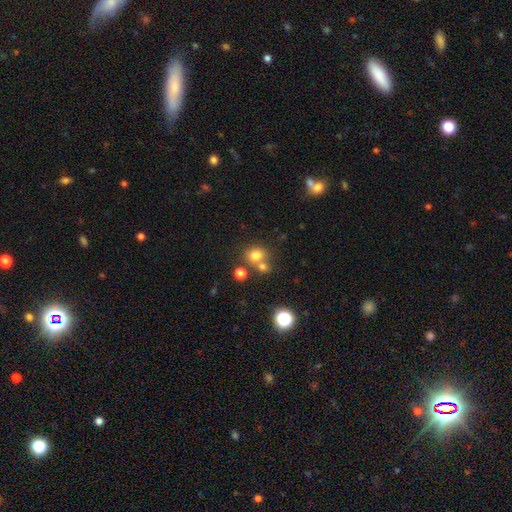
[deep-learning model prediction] Smooth or featured? Predicted: smooth (p=0.75). How rounded? Predicted: round (p=0.68). Merging? Predicted: none (p=0.52).